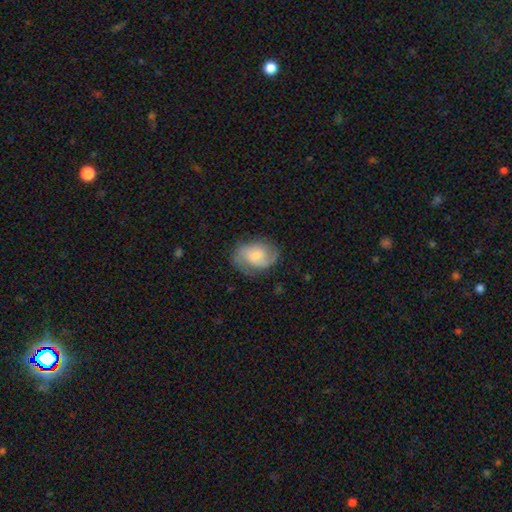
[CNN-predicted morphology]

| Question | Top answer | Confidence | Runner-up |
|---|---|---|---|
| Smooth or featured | featured or disk | 62% | smooth (31%) |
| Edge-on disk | no | 97% | yes (3%) |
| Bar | no | 57% | weak (37%) |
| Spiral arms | yes | 91% | no (9%) |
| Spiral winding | medium | 47% | tight (30%) |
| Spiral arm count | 2 | 74% | can't tell (12%) |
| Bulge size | small | 47% | moderate (37%) |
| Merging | none | 68% | minor disturbance (21%) |